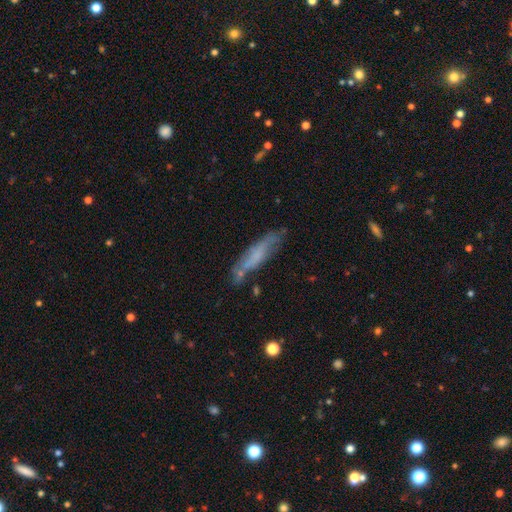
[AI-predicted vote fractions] A smooth galaxy with no disk features (51%) that is cigar-shaped (79%).

Vote fractions:
- Smooth or featured? smooth: 51% / featured or disk: 41% / star or artifact: 8%
- How rounded? cigar-shaped: 79% / in between: 19% / round: 2%
- Merging? none: 62% / minor disturbance: 24% / major disturbance: 8% / merger: 7%